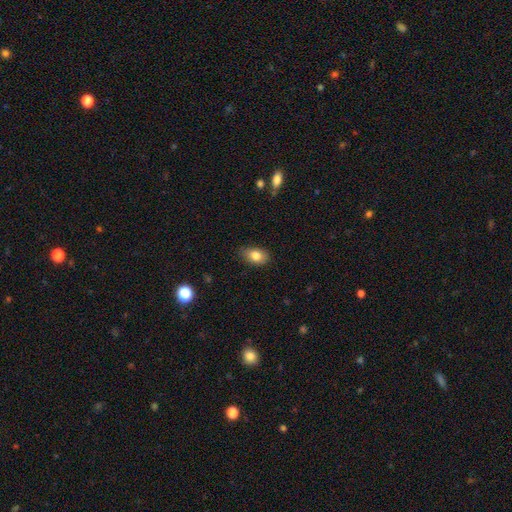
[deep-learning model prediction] Smooth or featured? Predicted: smooth (p=0.81). How rounded? Predicted: in between (p=0.83). Merging? Predicted: none (p=0.76).